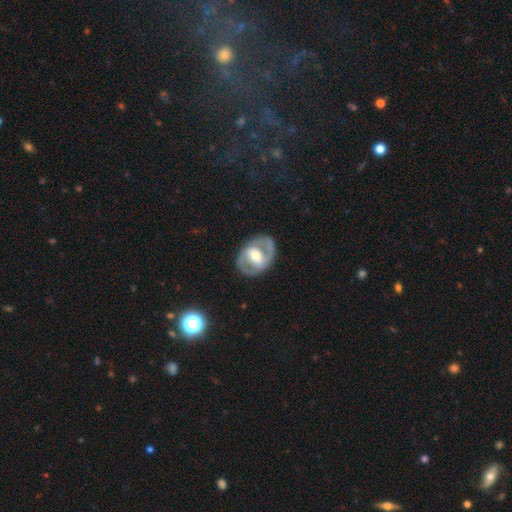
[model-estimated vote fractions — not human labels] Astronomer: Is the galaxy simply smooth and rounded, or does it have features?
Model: featured or disk — 75%.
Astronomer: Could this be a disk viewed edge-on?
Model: no — 96%.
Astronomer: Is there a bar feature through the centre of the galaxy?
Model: weak — 37% (runner-up: no, 33%).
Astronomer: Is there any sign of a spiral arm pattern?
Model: yes — 65%.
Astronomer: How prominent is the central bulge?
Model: moderate — 66%.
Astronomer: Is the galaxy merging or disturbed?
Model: none — 80%.